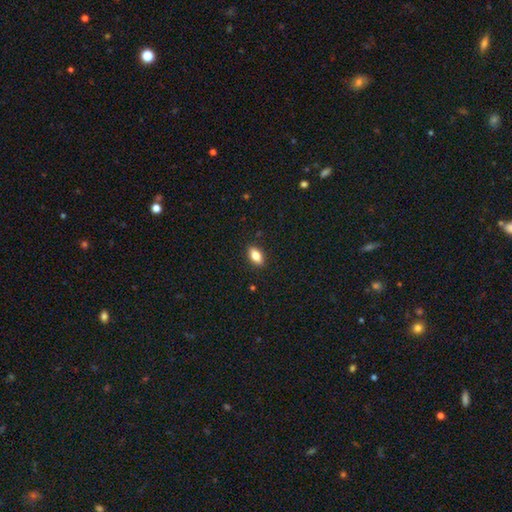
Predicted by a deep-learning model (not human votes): Smooth or featured? smooth (80%)
How rounded? in between (88%)
Merging? none (89%)